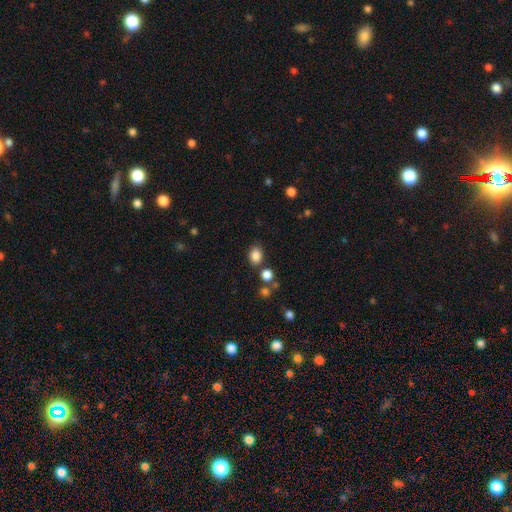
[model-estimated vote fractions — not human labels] This is clearly a smooth galaxy (85%). How rounded: likely in between (61%). Merging: likely none (77%).